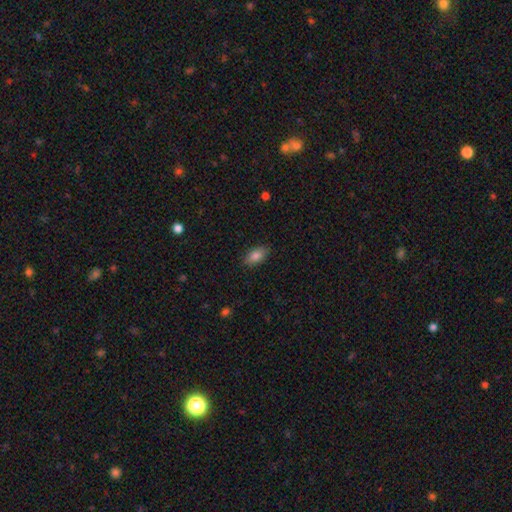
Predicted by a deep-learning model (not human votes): Overall: smooth (85%). How rounded: in between (92%). Merging: none (87%).